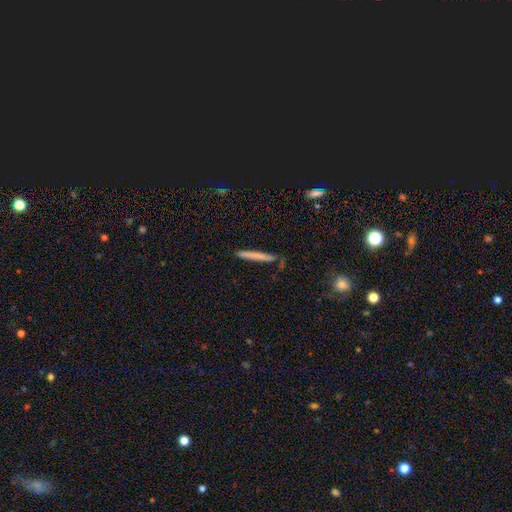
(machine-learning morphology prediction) Smooth or featured? smooth (69%)
How rounded? cigar-shaped (96%)
Merging? none (83%)